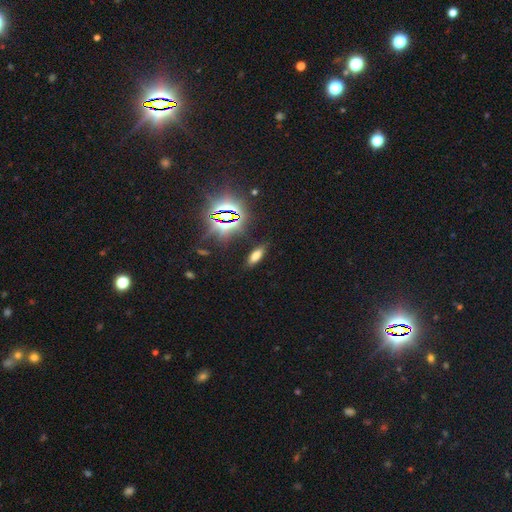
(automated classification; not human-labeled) smooth-or-featured: smooth: 63% | star or artifact: 28% | featured or disk: 10%
  how-rounded: in between: 71% | cigar-shaped: 25% | round: 4%
  merging: none: 85% | minor disturbance: 10% | major disturbance: 3% | merger: 2%